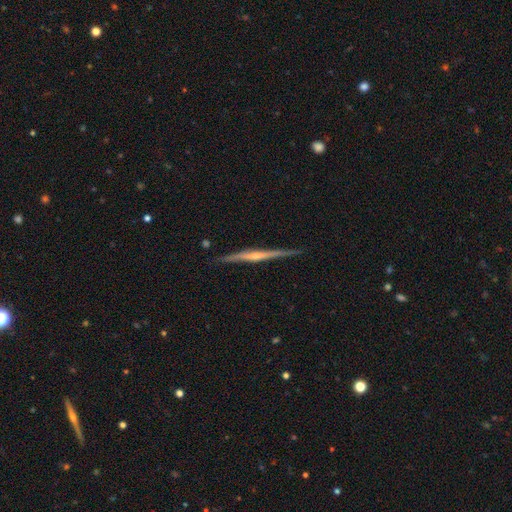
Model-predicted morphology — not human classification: Smooth or featured?
  - featured or disk: 77% *
  - smooth: 17%
  - star or artifact: 5%
Edge-on disk?
  - yes: 98% *
  - no: 2%
Edge-on bulge?
  - rounded: 61% *
  - none: 29%
  - boxy: 10%
Merging?
  - none: 88% *
  - minor disturbance: 9%
  - major disturbance: 2%
  - merger: 1%